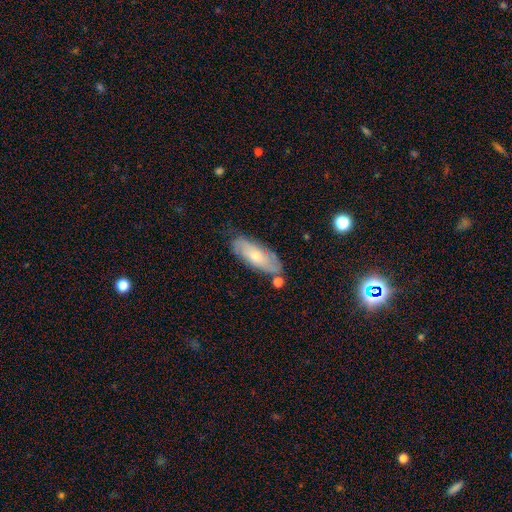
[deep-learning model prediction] Smooth or featured? featured or disk (52%)
Edge-on disk? no (81%)
Merging? none (73%)